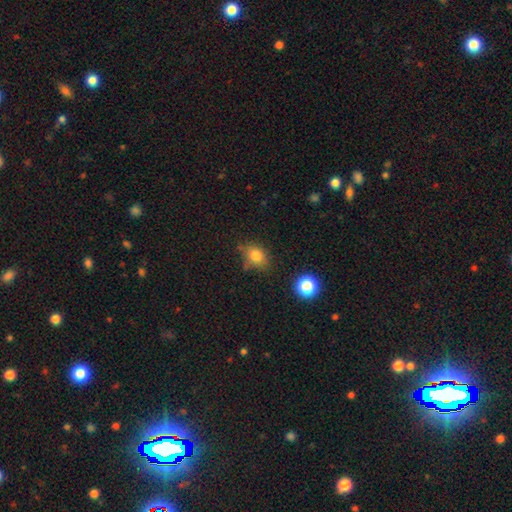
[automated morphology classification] Smooth or featured? Predicted: smooth (p=0.79). How rounded? Predicted: in between (p=0.54). Merging? Predicted: none (p=0.66).